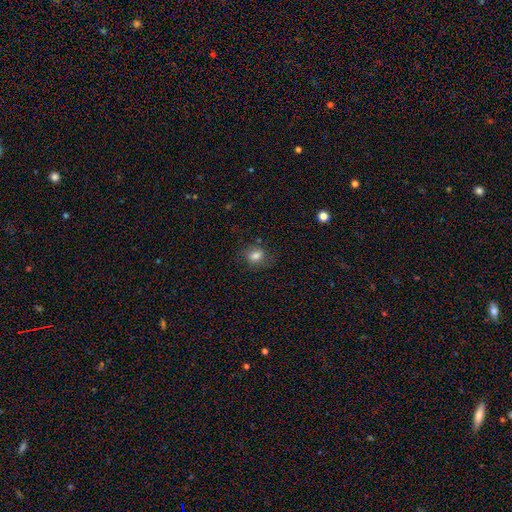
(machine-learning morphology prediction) A smooth galaxy with no disk features (79%) that is round (50%). Merging: none (72%).